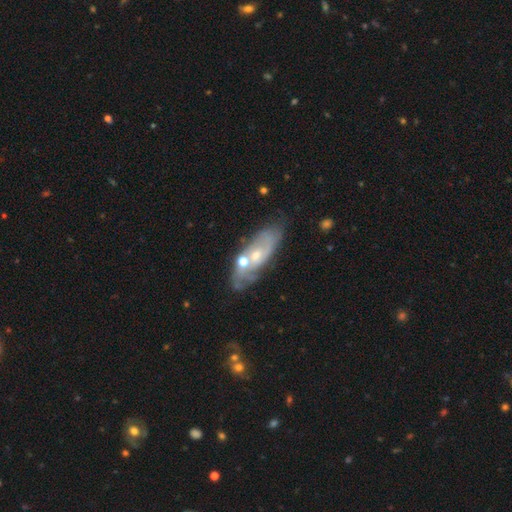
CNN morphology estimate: smooth_or_featured: featured or disk (p=0.68) [alt: smooth p=0.23]
disk_edge_on: no (p=0.85) [alt: yes p=0.15]
bar: no (p=0.71) [alt: weak p=0.25]
has_spiral_arms: yes (p=0.77) [alt: no p=0.23]
bulge_size: small (p=0.53) [alt: moderate p=0.41]
merging: none (p=0.61) [alt: minor disturbance p=0.18]